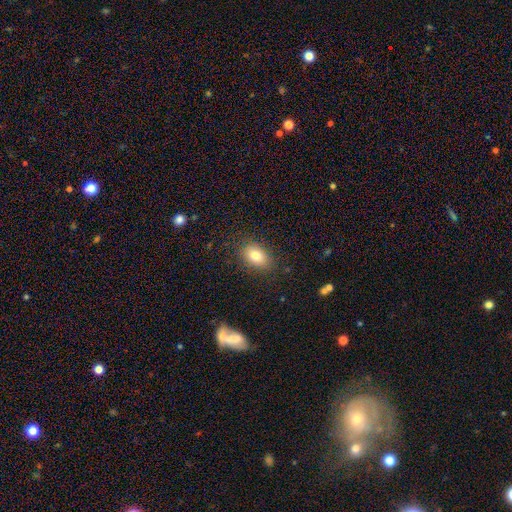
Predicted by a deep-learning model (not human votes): smooth 81%, featured or disk 10%, star or artifact 9%. Down the decision tree: how rounded — in between (84%); merging — none (85%).